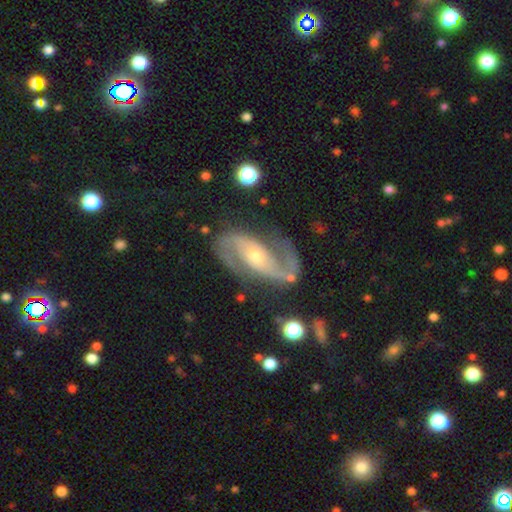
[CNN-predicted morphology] Smooth or featured?
  - featured or disk: 90% *
  - star or artifact: 5%
  - smooth: 5%
Edge-on disk?
  - no: 96% *
  - yes: 4%
Bar?
  - no: 48% *
  - weak: 29%
  - strong: 23%
Spiral arms?
  - yes: 97% *
  - no: 3%
Spiral winding?
  - medium: 54% *
  - loose: 26%
  - tight: 20%
Spiral arm count?
  - 2: 93% *
  - can't tell: 3%
  - 1: 2%
  - 3: 1%
  - 4: 1%
  - more than 4: 1%
Bulge size?
  - small: 57% *
  - moderate: 38%
  - large: 2%
  - none: 1%
  - dominant: 1%
Merging?
  - none: 76% *
  - minor disturbance: 14%
  - major disturbance: 8%
  - merger: 2%